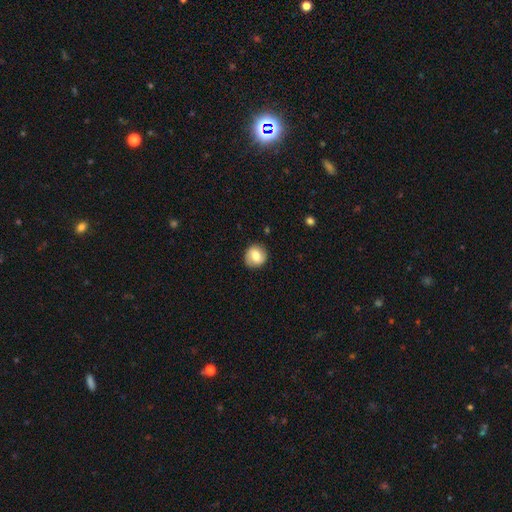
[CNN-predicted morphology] Q: Smooth or featured?
A: smooth (70%); runner-up: featured or disk (22%)
Q: How rounded?
A: round (88%); runner-up: in between (11%)
Q: Merging?
A: none (86%); runner-up: minor disturbance (10%)